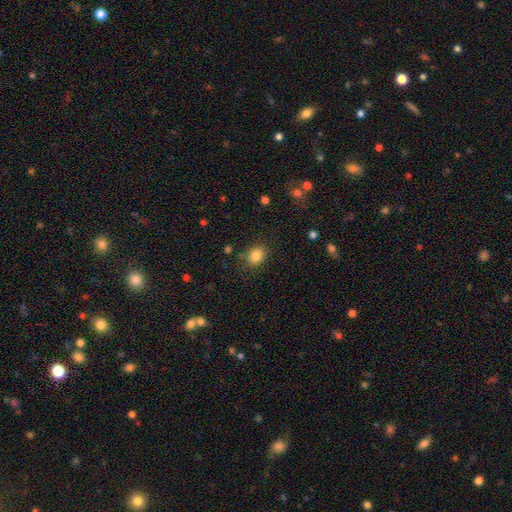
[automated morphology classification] Smooth or featured? Predicted: smooth (p=0.85). How rounded? Predicted: in between (p=0.53). Merging? Predicted: none (p=0.80).